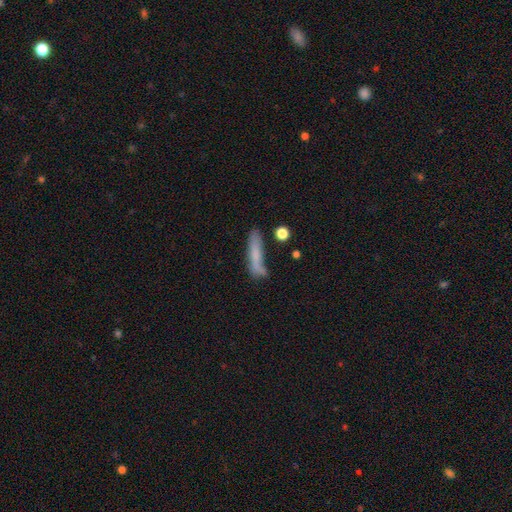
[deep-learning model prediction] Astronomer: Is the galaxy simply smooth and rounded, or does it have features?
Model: smooth — 66%.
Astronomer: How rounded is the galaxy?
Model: cigar-shaped — 80%.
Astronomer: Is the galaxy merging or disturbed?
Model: none — 49% (runner-up: minor disturbance, 26%).